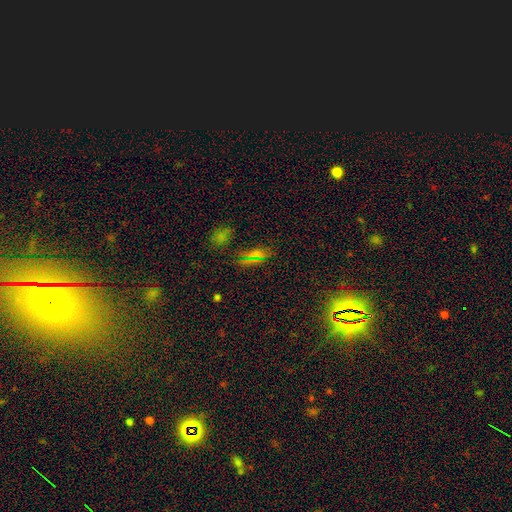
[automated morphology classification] Smooth or featured? smooth (63%)
How rounded? in between (77%)
Merging? none (80%)